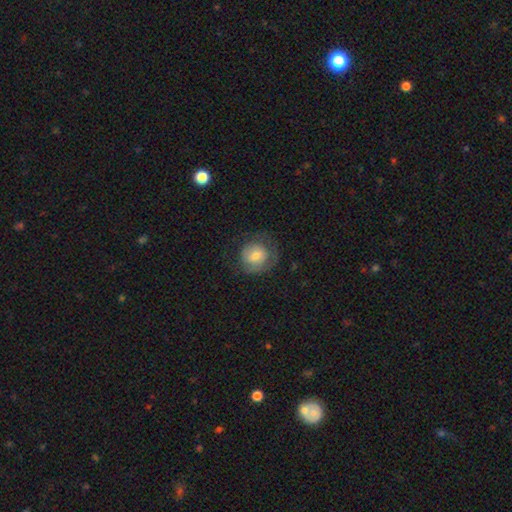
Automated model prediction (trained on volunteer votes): This appears to be a smooth galaxy with no disk features (60%) that is round (78%). Merging: none (62%).